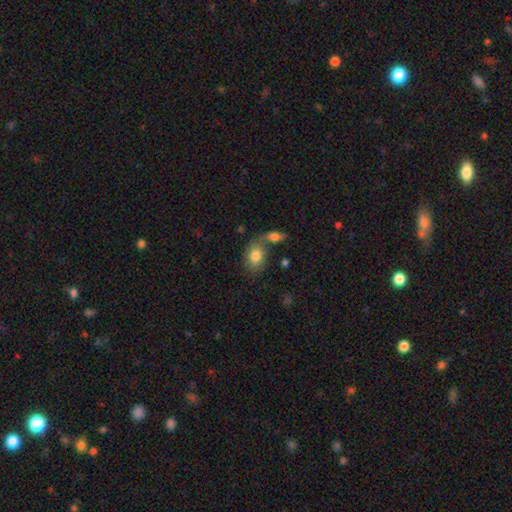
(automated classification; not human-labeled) Smooth or featured? Predicted: smooth (p=0.81). How rounded? Predicted: in between (p=0.77). Merging? Predicted: none (p=0.53).